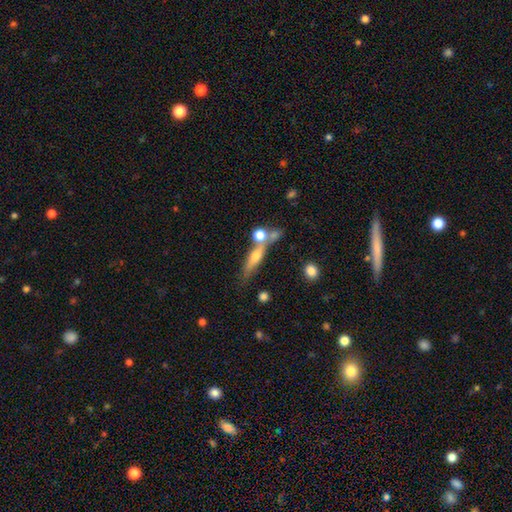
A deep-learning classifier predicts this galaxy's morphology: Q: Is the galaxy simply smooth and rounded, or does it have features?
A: featured or disk — 50%.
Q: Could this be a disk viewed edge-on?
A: yes — 84%.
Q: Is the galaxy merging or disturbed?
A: none — 58%.